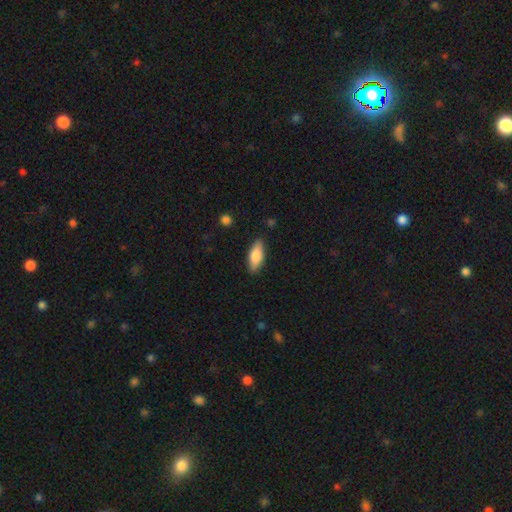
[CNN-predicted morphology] smooth_or_featured: smooth (p=0.80) [alt: featured or disk p=0.14]
how_rounded: in between (p=0.76) [alt: cigar-shaped p=0.22]
merging: none (p=0.86) [alt: minor disturbance p=0.10]